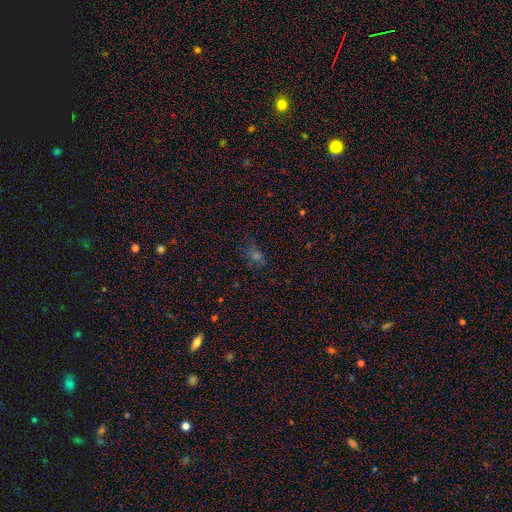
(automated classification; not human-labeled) This is possibly a smooth galaxy (49%). Merging: likely none (62%).